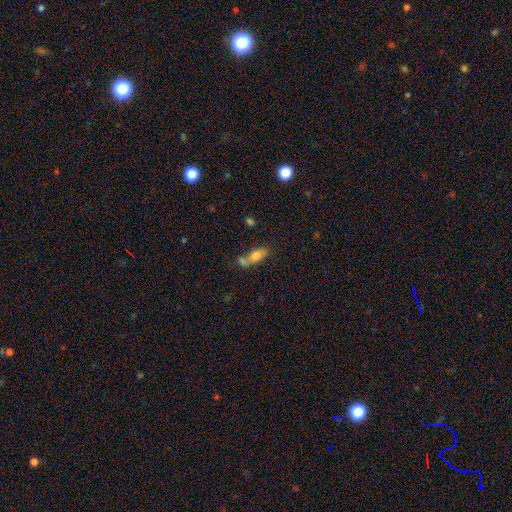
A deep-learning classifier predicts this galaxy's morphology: This appears to be a smooth galaxy with no disk features (70%) that is in between round and cigar-shaped (74%). Merging: merger (42%).